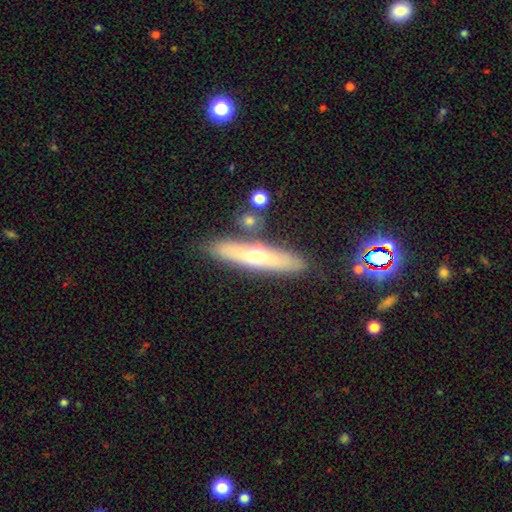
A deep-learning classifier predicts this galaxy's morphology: A featured or disk galaxy (46%). Merging: none (82%).